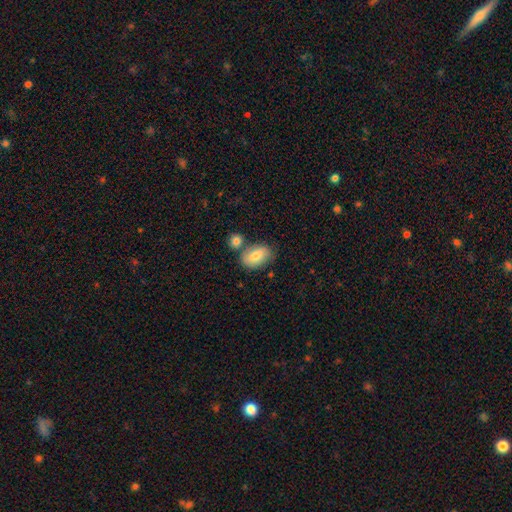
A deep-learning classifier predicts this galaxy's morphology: Smooth or featured? smooth (77%)
How rounded? in between (90%)
Merging? none (60%)